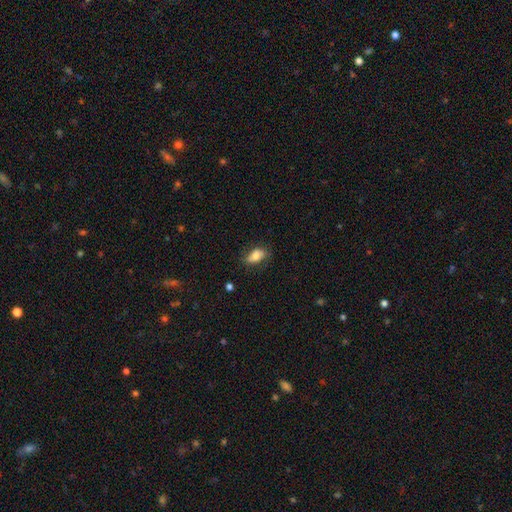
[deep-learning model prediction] Smooth or featured? smooth (76%)
How rounded? in between (88%)
Merging? none (71%)